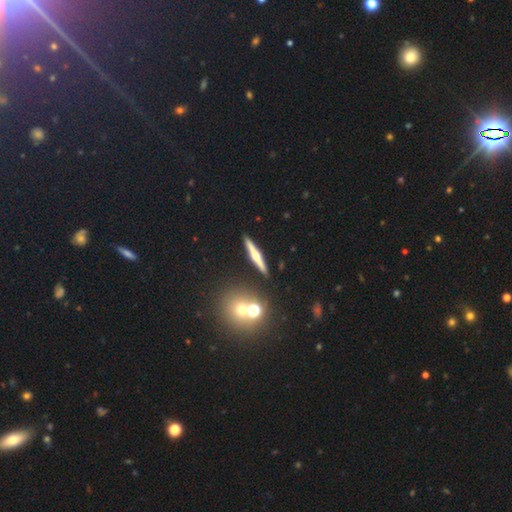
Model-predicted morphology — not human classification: Smooth or featured? featured or disk (67%)
Edge-on disk? yes (97%)
Edge-on bulge? rounded (89%)
Merging? none (90%)